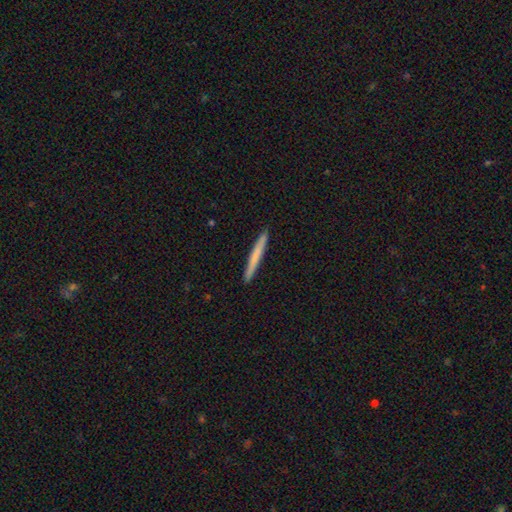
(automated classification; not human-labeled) Smooth or featured? Predicted: smooth (p=0.66). How rounded? Predicted: cigar-shaped (p=0.97). Merging? Predicted: none (p=0.93).